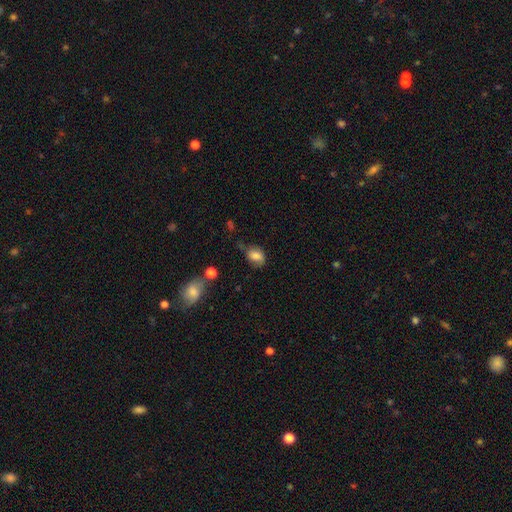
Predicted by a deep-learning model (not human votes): smooth 77%, featured or disk 14%, star or artifact 10%. Down the decision tree: how rounded — in between (75%); merging — none (53%).